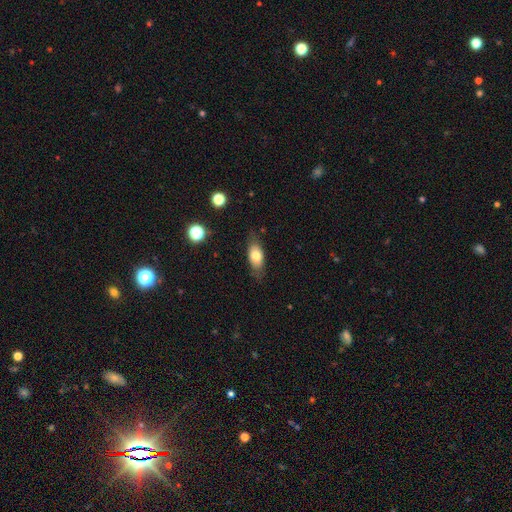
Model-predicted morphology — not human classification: smooth_or_featured: smooth (p=0.73) [alt: featured or disk p=0.19]
how_rounded: in between (p=0.81) [alt: cigar-shaped p=0.12]
merging: none (p=0.77) [alt: minor disturbance p=0.17]